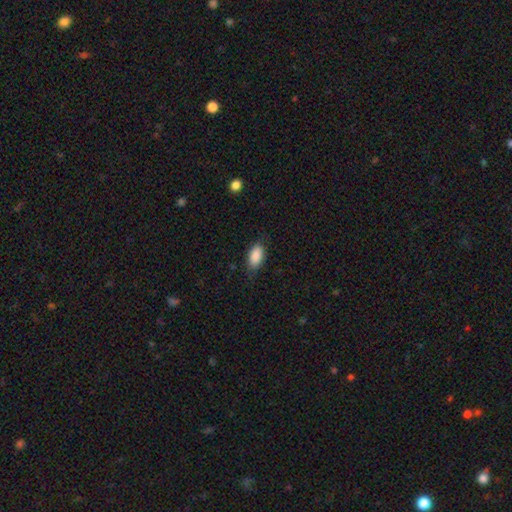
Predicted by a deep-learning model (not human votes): Overall: smooth (88%). How rounded: in between (92%). Merging: none (78%).